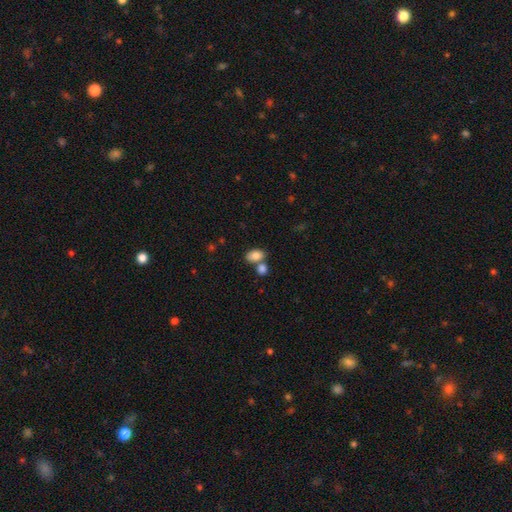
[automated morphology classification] type=smooth (83%); roundness=in between (86%); merging=none (50%).